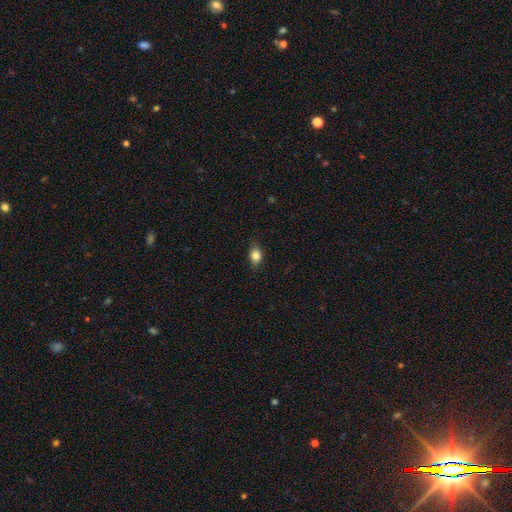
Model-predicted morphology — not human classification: Smooth or featured: smooth — 81% (featured or disk — 10%)
How rounded: in between — 69% (round — 28%)
Merging: none — 79% (minor disturbance — 17%)